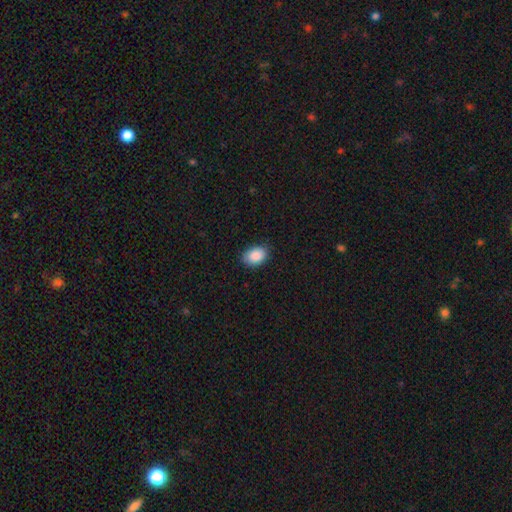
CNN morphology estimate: type=smooth (89%); roundness=in between (82%); merging=none (85%).